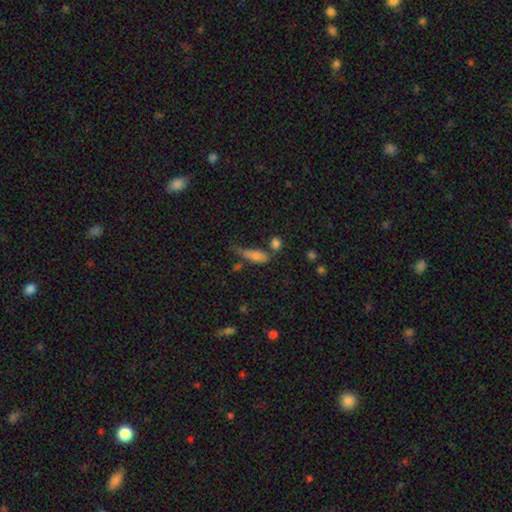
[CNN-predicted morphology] Smooth or featured? Predicted: smooth (p=0.70). How rounded? Predicted: in between (p=0.55). Merging? Predicted: none (p=0.37).